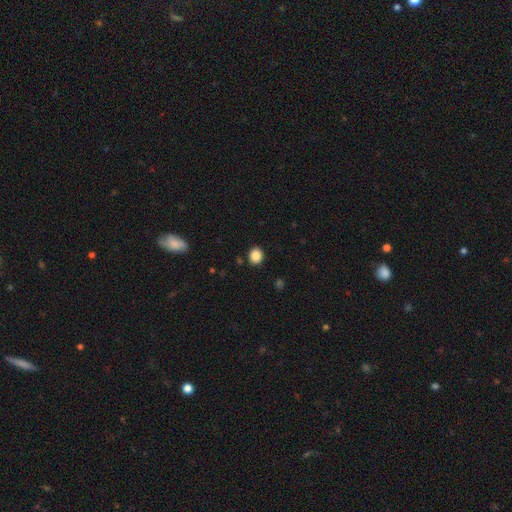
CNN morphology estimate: Q: Smooth or featured?
A: smooth (87%); runner-up: star or artifact (10%)
Q: How rounded?
A: round (74%); runner-up: in between (25%)
Q: Merging?
A: none (90%); runner-up: minor disturbance (7%)